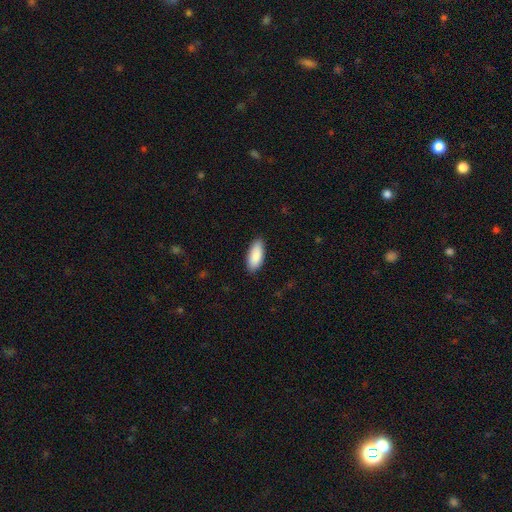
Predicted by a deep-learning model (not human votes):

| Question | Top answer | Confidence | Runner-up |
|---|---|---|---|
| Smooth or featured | smooth | 90% | star or artifact (6%) |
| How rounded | in between | 83% | cigar-shaped (15%) |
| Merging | none | 87% | minor disturbance (10%) |